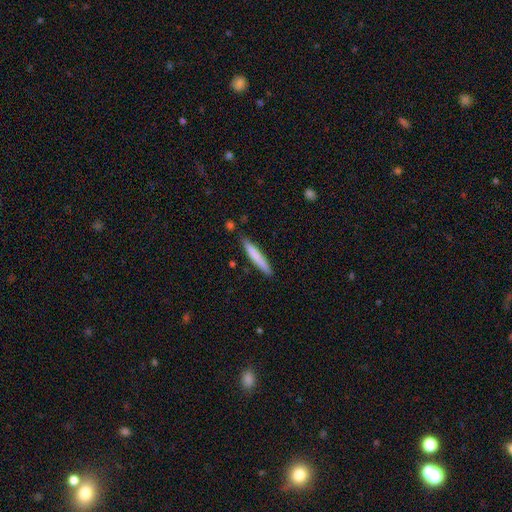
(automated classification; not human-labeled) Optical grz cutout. It shows a smooth galaxy with no disk features (76%) that is cigar-shaped (95%). Merging: none (86%).